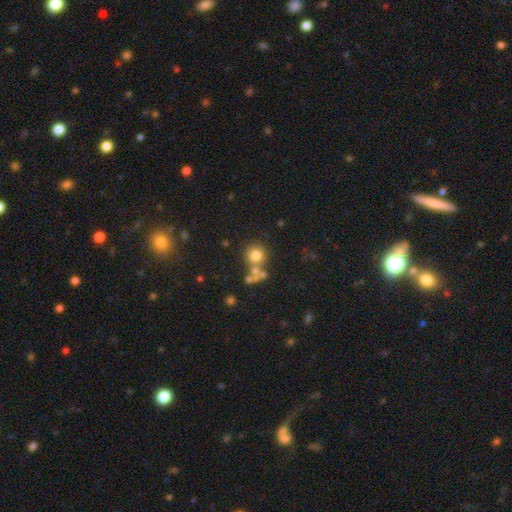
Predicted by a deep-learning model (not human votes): This is likely a smooth galaxy (72%). How rounded: clearly round (89%). Merging: possibly none (56%).